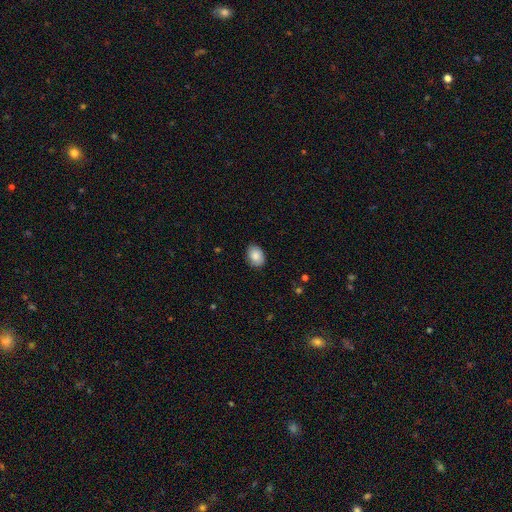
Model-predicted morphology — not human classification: This appears to be a smooth galaxy with no disk features (85%) that is in between round and cigar-shaped (73%). Merging: none (85%).